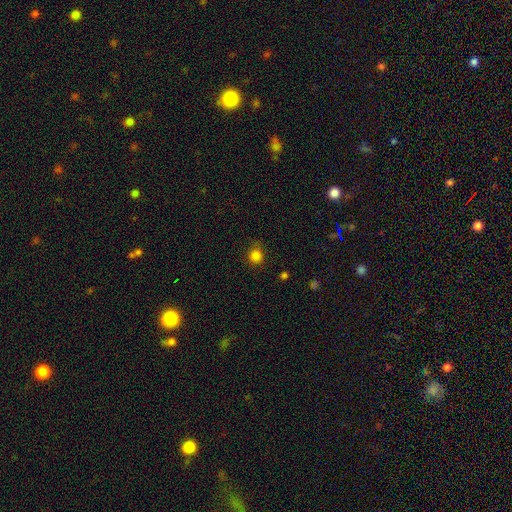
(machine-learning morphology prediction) This is clearly a smooth galaxy (82%). How rounded: clearly round (90%). Merging: likely none (80%).